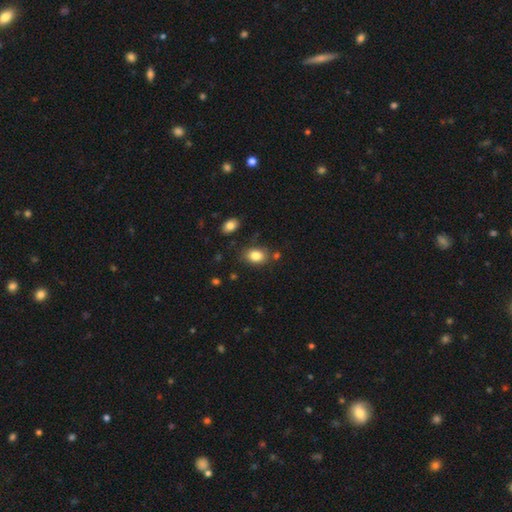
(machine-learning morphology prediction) This is clearly a smooth galaxy (83%). How rounded: likely in between (70%). Merging: likely none (78%).